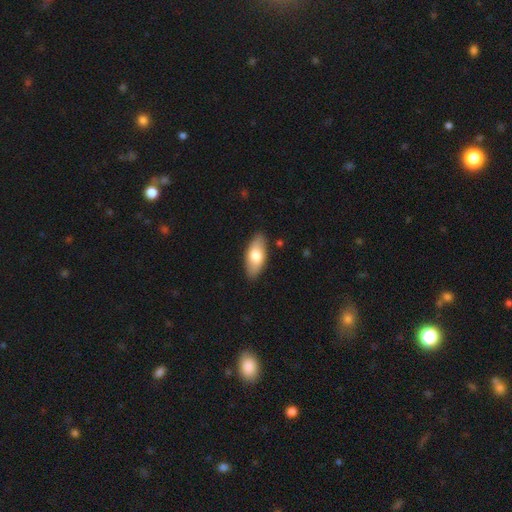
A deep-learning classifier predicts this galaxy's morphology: Smooth or featured: smooth — 74% (featured or disk — 21%)
How rounded: in between — 87% (cigar-shaped — 10%)
Merging: none — 87% (minor disturbance — 10%)